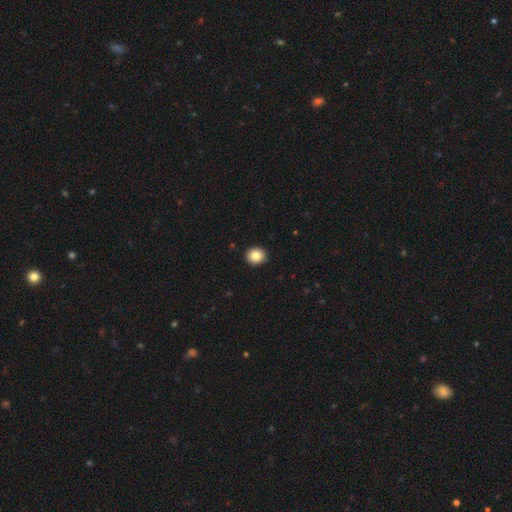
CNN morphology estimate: smooth_or_featured: smooth (p=0.84) [alt: star or artifact p=0.09]
how_rounded: round (p=0.75) [alt: in between p=0.24]
merging: none (p=0.92) [alt: minor disturbance p=0.06]